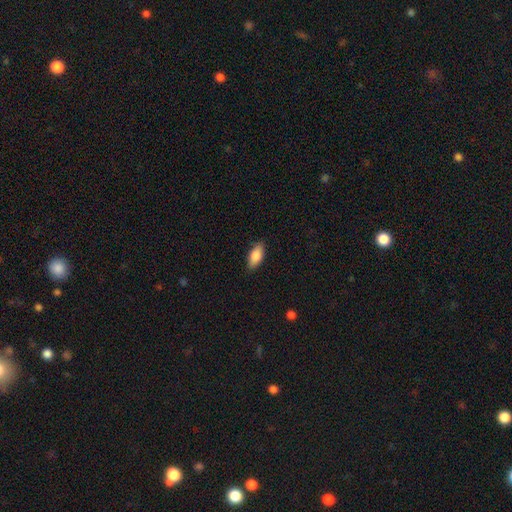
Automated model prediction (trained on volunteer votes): Overall: smooth (83%). How rounded: in between (87%). Merging: none (85%).